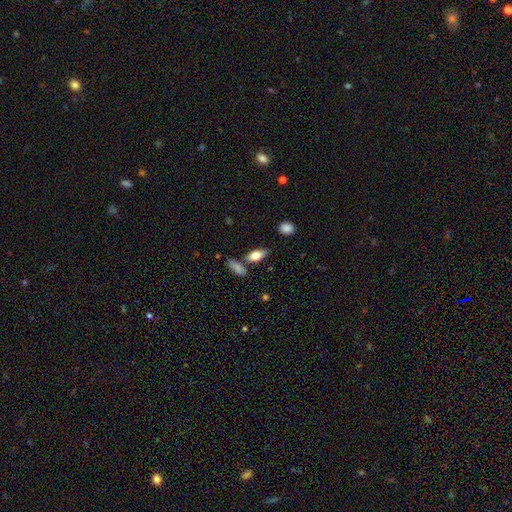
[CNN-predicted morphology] type=smooth (71%); roundness=in between (73%); merging=none (71%).